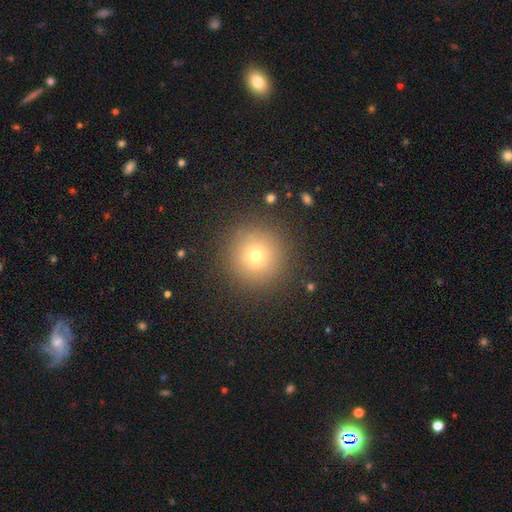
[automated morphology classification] Smooth or featured? smooth (73%)
How rounded? round (96%)
Merging? none (90%)